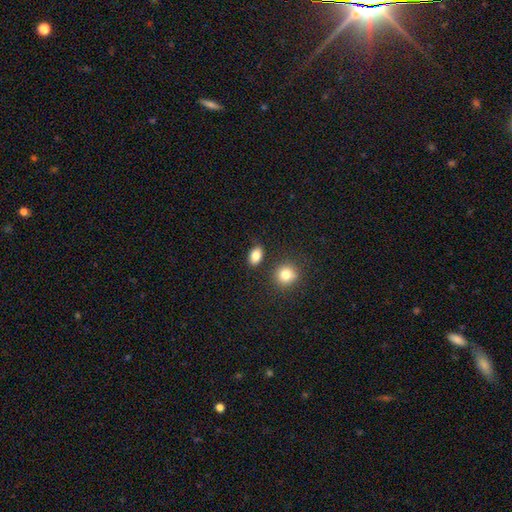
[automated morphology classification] Smooth or featured: smooth — 85% (star or artifact — 9%)
How rounded: in between — 81% (round — 18%)
Merging: none — 81% (minor disturbance — 10%)